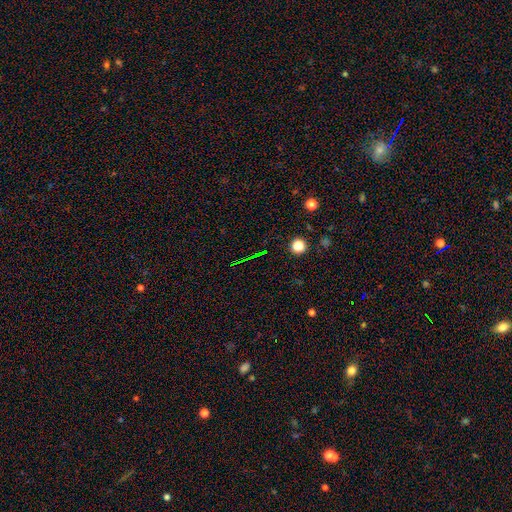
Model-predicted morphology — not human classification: This appears to be a star or artifact, not a galaxy (71%).